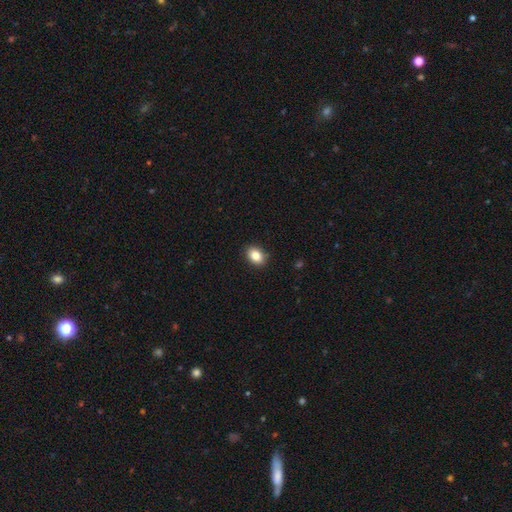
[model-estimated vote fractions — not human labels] The model was most divided on "how rounded": in between: 77%, round: 22%, cigar-shaped: 1%. More confident: merging — none (89%); smooth or featured — smooth (85%).